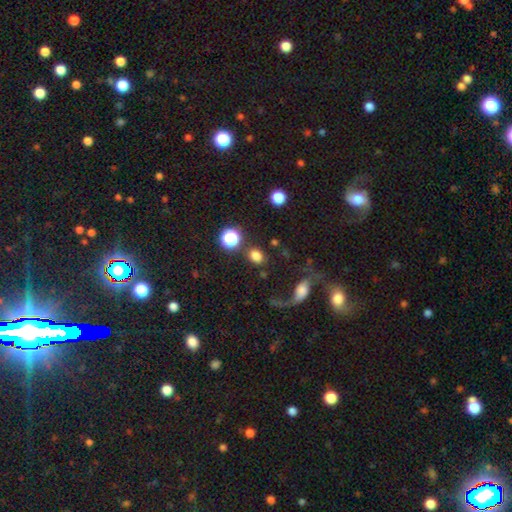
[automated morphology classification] Smooth or featured?
  - smooth: 77% *
  - star or artifact: 14%
  - featured or disk: 9%
How rounded?
  - in between: 50% *
  - round: 48%
  - cigar-shaped: 2%
Merging?
  - none: 74% *
  - minor disturbance: 10%
  - merger: 9%
  - major disturbance: 7%